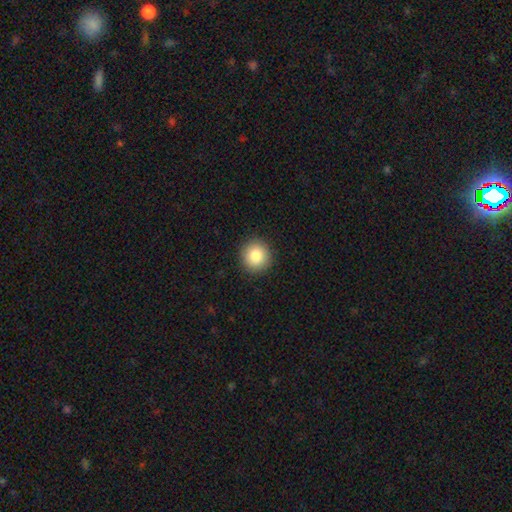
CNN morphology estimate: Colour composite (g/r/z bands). It shows a smooth galaxy with no disk features (83%) that is round (93%). Merging: none (92%).